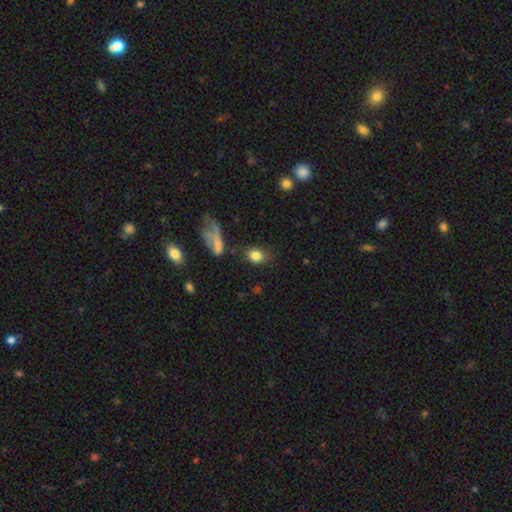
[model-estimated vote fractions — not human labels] A smooth galaxy with no disk features (83%) that is in between round and cigar-shaped (65%). Merging: none (66%).